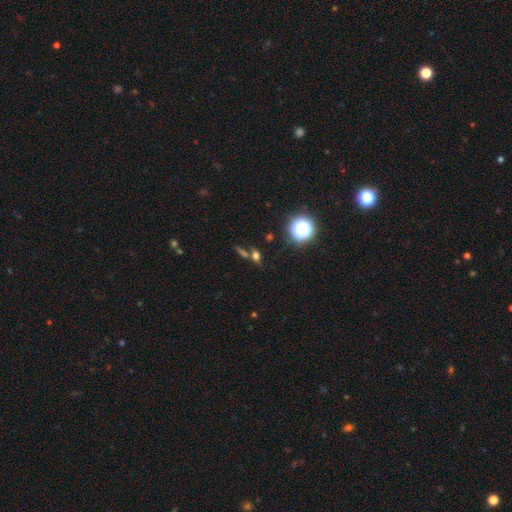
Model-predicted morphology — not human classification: A smooth galaxy with no disk features (54%) that is in between round and cigar-shaped (42%).

Vote fractions:
- Smooth or featured? smooth: 54% / star or artifact: 28% / featured or disk: 18%
- How rounded? in between: 42% / round: 40% / cigar-shaped: 19%
- Merging? none: 56% / merger: 28% / minor disturbance: 10% / major disturbance: 6%